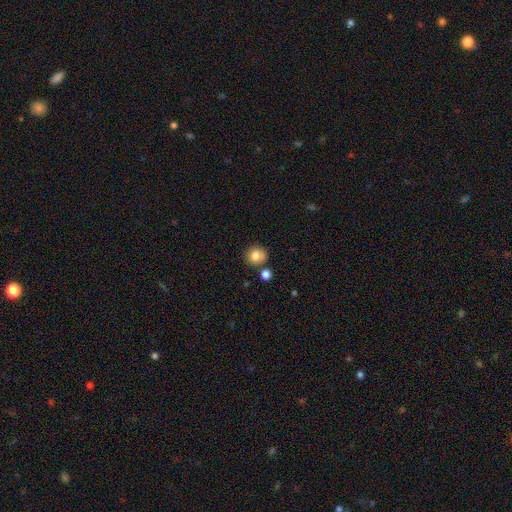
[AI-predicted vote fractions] A smooth galaxy with no disk features (82%) that is round (84%).

Vote fractions:
- Smooth or featured? smooth: 82% / star or artifact: 10% / featured or disk: 8%
- How rounded? round: 84% / in between: 15% / cigar-shaped: 1%
- Merging? none: 75% / minor disturbance: 12% / merger: 10% / major disturbance: 3%